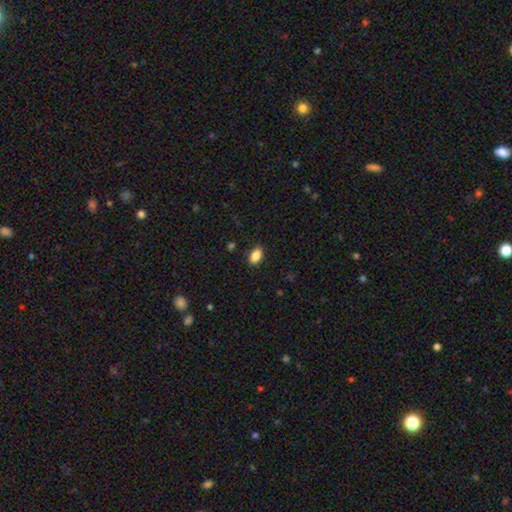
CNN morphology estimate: smooth_or_featured: smooth (p=0.87) [alt: star or artifact p=0.08]
how_rounded: in between (p=0.90) [alt: round p=0.08]
merging: none (p=0.87) [alt: minor disturbance p=0.10]